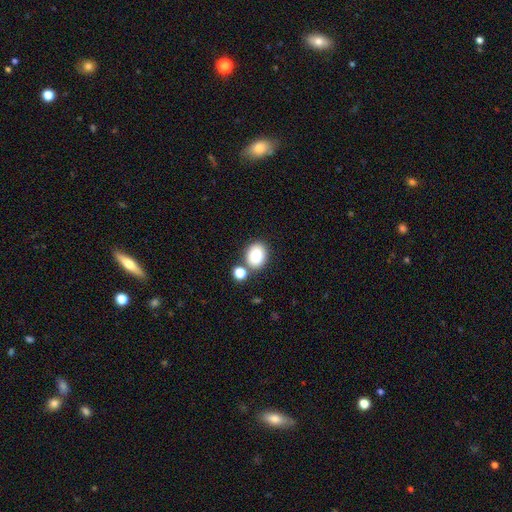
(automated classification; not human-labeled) Morphology: type=smooth (86%); roundness=in between (65%); merging=none (69%).